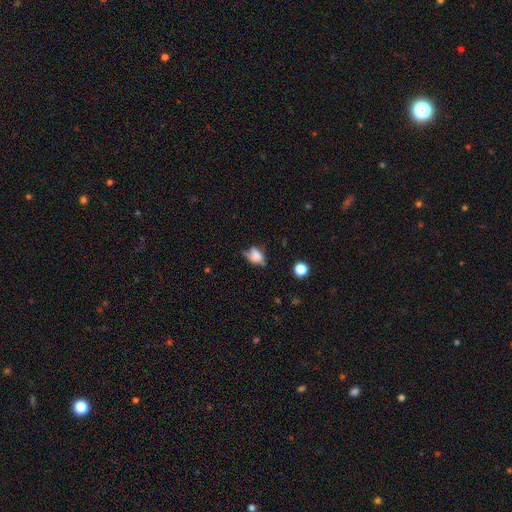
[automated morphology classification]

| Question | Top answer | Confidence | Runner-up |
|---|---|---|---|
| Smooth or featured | smooth | 66% | featured or disk (23%) |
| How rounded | in between | 79% | round (17%) |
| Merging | none | 41% | minor disturbance (34%) |